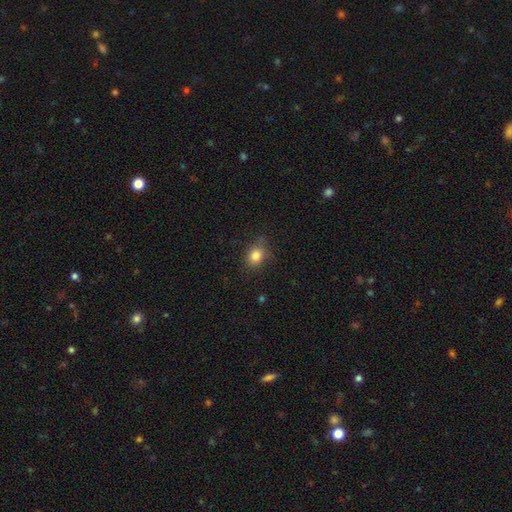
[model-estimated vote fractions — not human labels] A smooth galaxy with no disk features (81%) that is round (54%).

Vote fractions:
- Smooth or featured? smooth: 81% / star or artifact: 11% / featured or disk: 7%
- How rounded? round: 54% / in between: 45% / cigar-shaped: 1%
- Merging? none: 77% / minor disturbance: 18% / major disturbance: 4% / merger: 2%